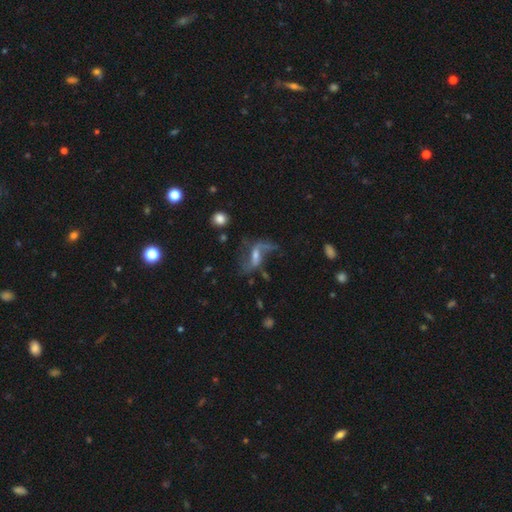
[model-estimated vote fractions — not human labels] featured or disk 76%, smooth 15%, star or artifact 10%. Down the decision tree: edge-on disk — no (91%); bar — weak (43%); spiral arms — yes (86%); spiral arm count — 2 (78%); spiral winding — loose (83%); bulge size — moderate (42%, tied with small); merging — none (45%).